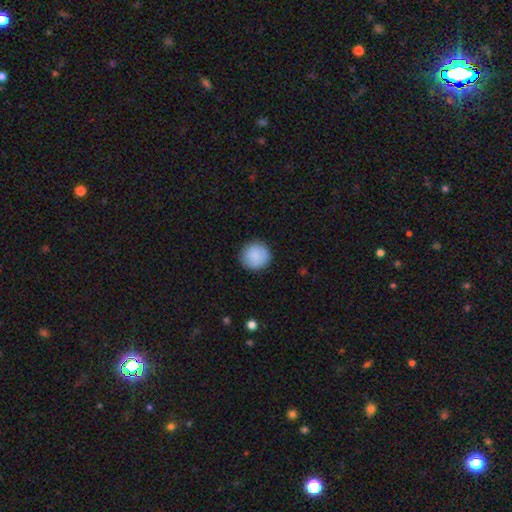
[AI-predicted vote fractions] Smooth or featured? Predicted: smooth (p=0.89). How rounded? Predicted: round (p=0.94). Merging? Predicted: none (p=0.90).